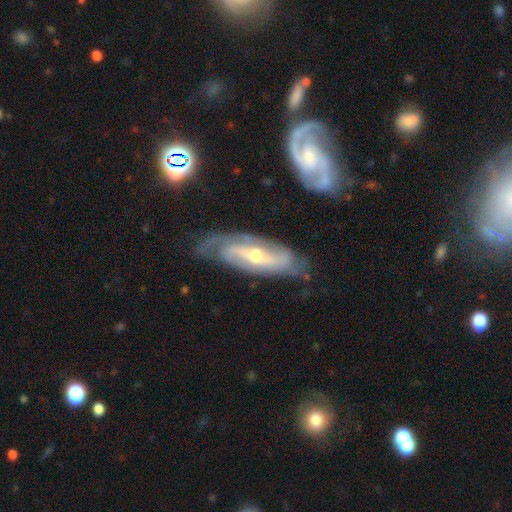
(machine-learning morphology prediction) type=featured or disk (83%); edge-on=no (85%); bar=no (42%); spiral arms=yes (93%); winding=tight (41%); arm count=2 (63%); bulge=moderate (52%); merging=none (69%).